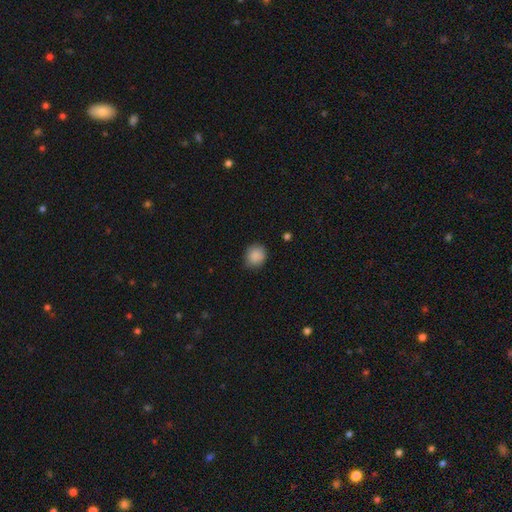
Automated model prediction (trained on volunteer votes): Smooth or featured? Predicted: smooth (p=0.88). How rounded? Predicted: round (p=0.76). Merging? Predicted: none (p=0.81).